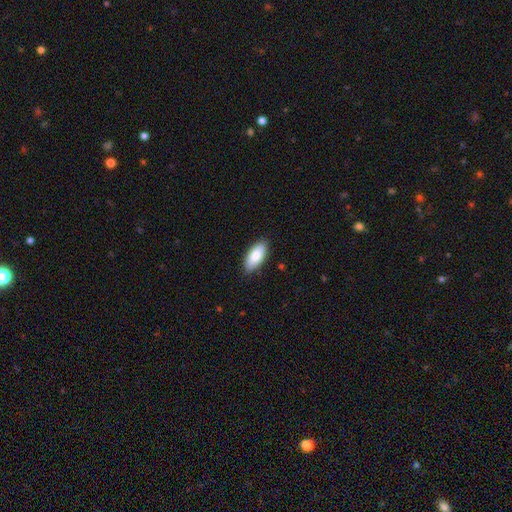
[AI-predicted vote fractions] smooth_or_featured: smooth (p=0.84) [alt: featured or disk p=0.11]
how_rounded: in between (p=0.89) [alt: cigar-shaped p=0.09]
merging: none (p=0.85) [alt: minor disturbance p=0.12]